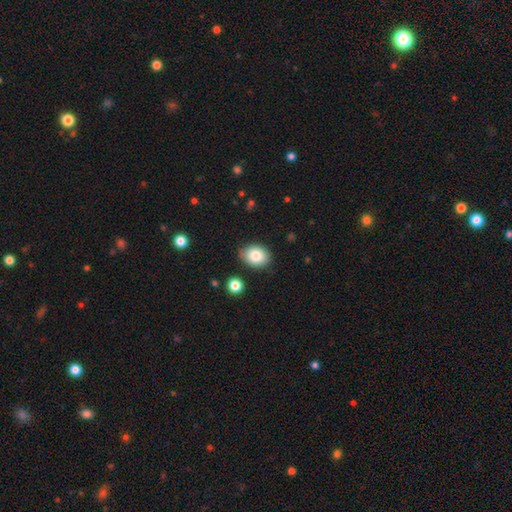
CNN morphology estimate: type=smooth (83%); roundness=in between (63%); merging=none (80%).